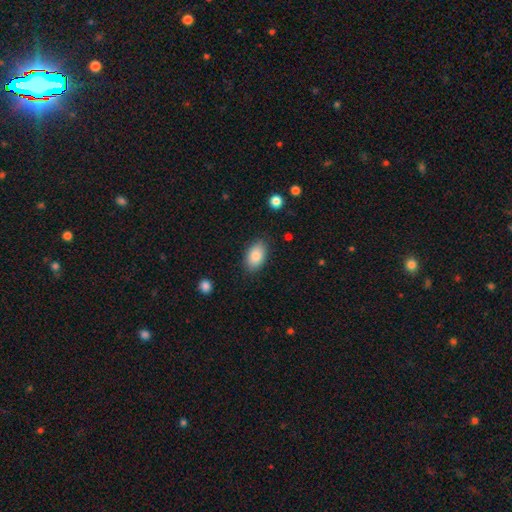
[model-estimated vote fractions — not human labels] smooth 86%, star or artifact 7%, featured or disk 7%. Down the decision tree: how rounded — in between (92%); merging — none (84%).